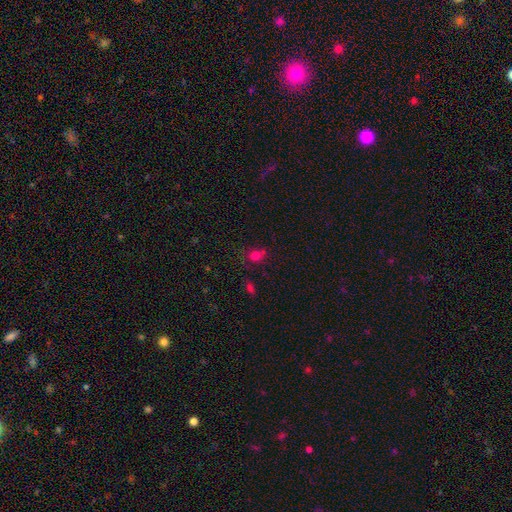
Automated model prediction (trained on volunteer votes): smooth-or-featured: smooth: 69% | star or artifact: 22% | featured or disk: 9%
  how-rounded: round: 66% | in between: 33% | cigar-shaped: 2%
  merging: none: 59% | minor disturbance: 20% | merger: 14% | major disturbance: 8%